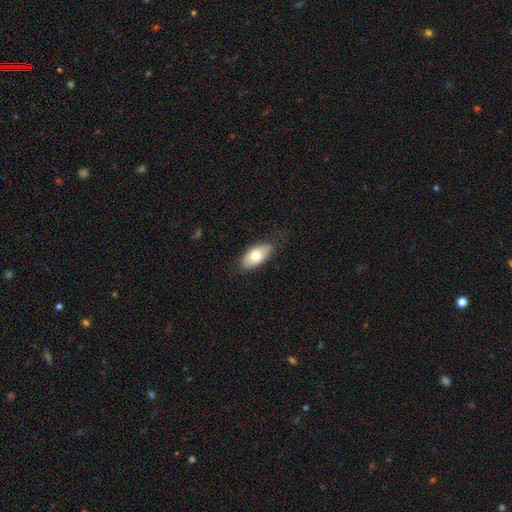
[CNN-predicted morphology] Overall: smooth (72%). How rounded: in between (92%). Merging: none (81%).